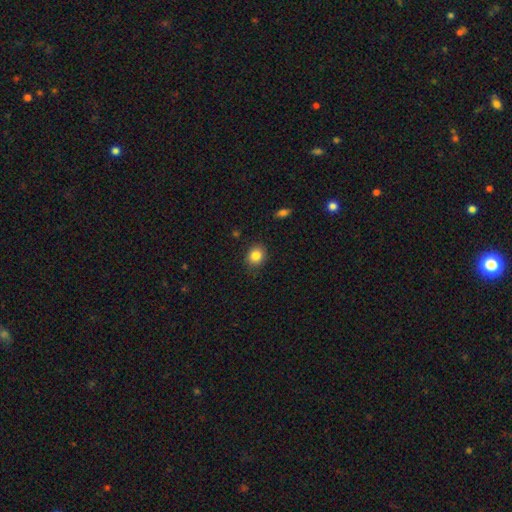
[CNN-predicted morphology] Smooth or featured: smooth — 85% (star or artifact — 10%)
How rounded: round — 66% (in between — 33%)
Merging: none — 87% (minor disturbance — 9%)